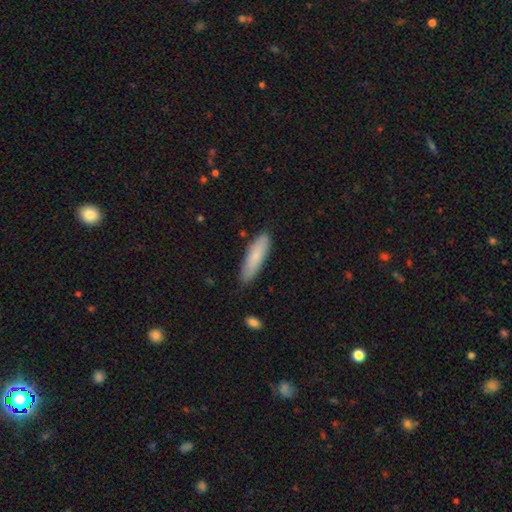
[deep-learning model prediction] Morphology: type=smooth (80%); roundness=cigar-shaped (66%); merging=none (84%).